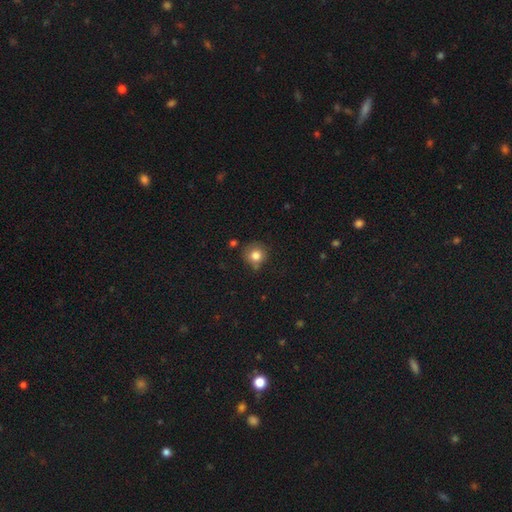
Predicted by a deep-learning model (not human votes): The model was most divided on "merging": none: 71%, minor disturbance: 18%, merger: 7%, major disturbance: 4%. More confident: how rounded — round (90%); smooth or featured — smooth (81%).